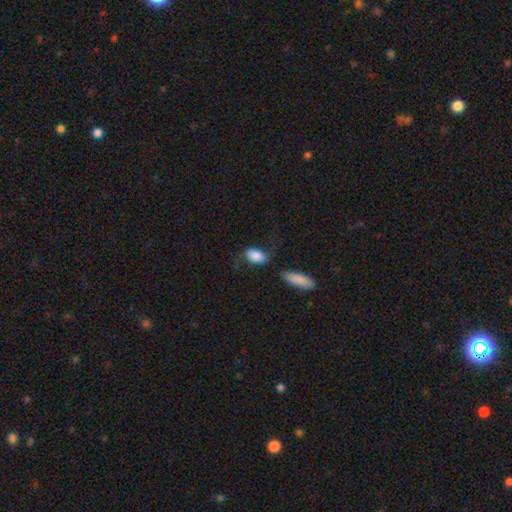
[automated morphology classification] smooth_or_featured: smooth (p=0.77) [alt: featured or disk p=0.15]
how_rounded: in between (p=0.90) [alt: round p=0.07]
merging: none (p=0.49) [alt: minor disturbance p=0.23]